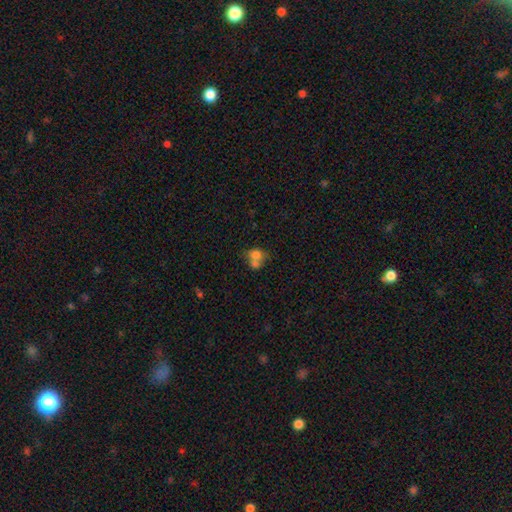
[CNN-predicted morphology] This is likely a smooth galaxy (72%). How rounded: possibly round (57%). Merging: possibly merger (58%).